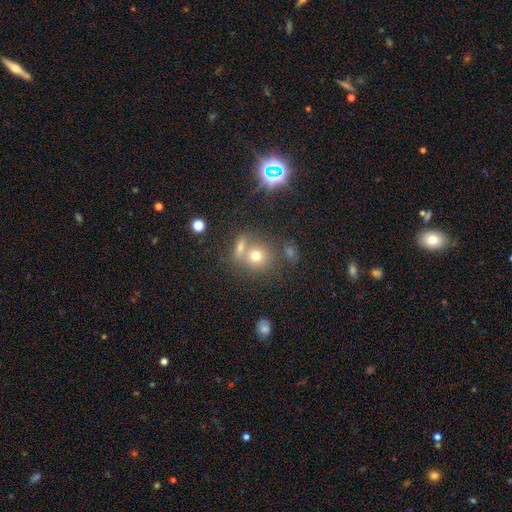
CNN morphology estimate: Q: Smooth or featured?
A: smooth (63%); runner-up: star or artifact (21%)
Q: How rounded?
A: round (81%); runner-up: in between (18%)
Q: Merging?
A: none (53%); runner-up: merger (34%)